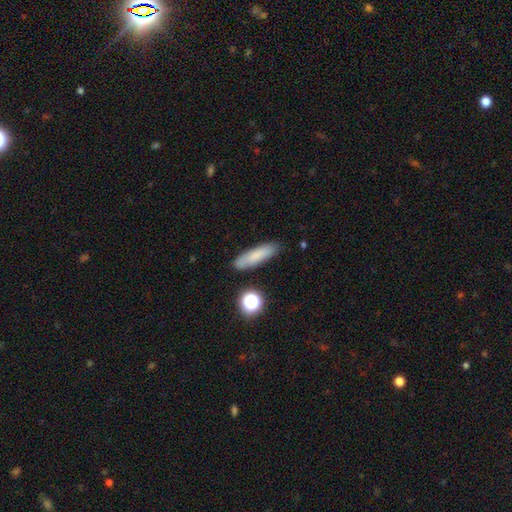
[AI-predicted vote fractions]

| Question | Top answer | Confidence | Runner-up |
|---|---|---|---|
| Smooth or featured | smooth | 78% | featured or disk (13%) |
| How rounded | cigar-shaped | 69% | in between (28%) |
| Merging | none | 84% | minor disturbance (11%) |